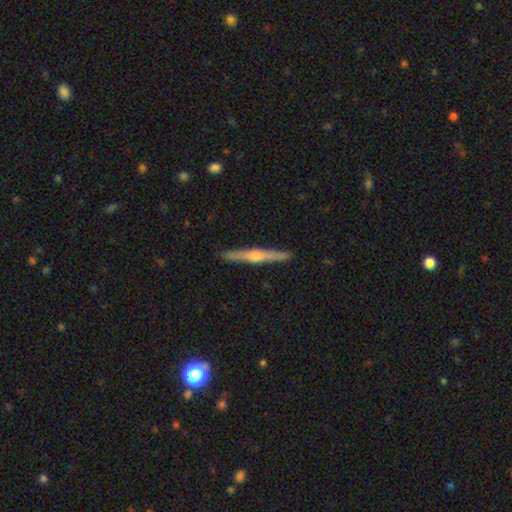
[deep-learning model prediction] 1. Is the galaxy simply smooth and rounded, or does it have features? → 74% featured or disk, 20% smooth, 6% star or artifact.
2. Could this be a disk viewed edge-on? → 98% yes, 2% no.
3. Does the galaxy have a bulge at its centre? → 89% rounded, 7% none, 4% boxy.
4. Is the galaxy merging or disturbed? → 92% none, 6% minor disturbance, 1% major disturbance, 1% merger.